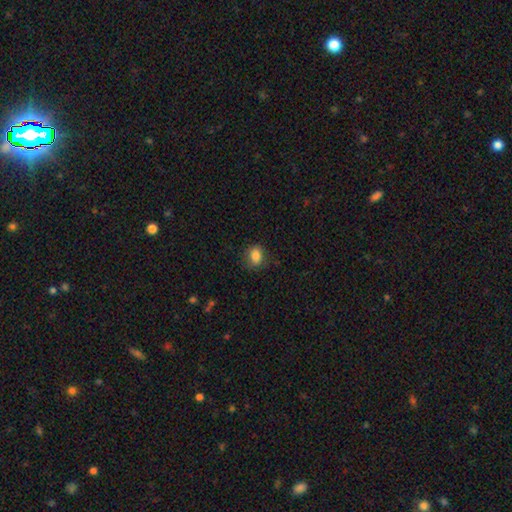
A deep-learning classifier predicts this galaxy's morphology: A smooth galaxy with no disk features (84%) that is in between round and cigar-shaped (61%).

Vote fractions:
- Smooth or featured? smooth: 84% / star or artifact: 10% / featured or disk: 6%
- How rounded? in between: 61% / round: 37% / cigar-shaped: 1%
- Merging? none: 78% / minor disturbance: 16% / major disturbance: 4% / merger: 1%